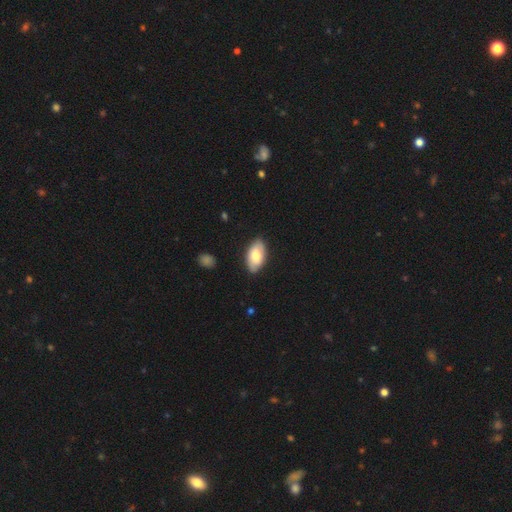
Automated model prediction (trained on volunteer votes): The model was most divided on "smooth or featured": smooth: 74%, featured or disk: 20%, star or artifact: 6%. More confident: how rounded — in between (95%); merging — none (84%).